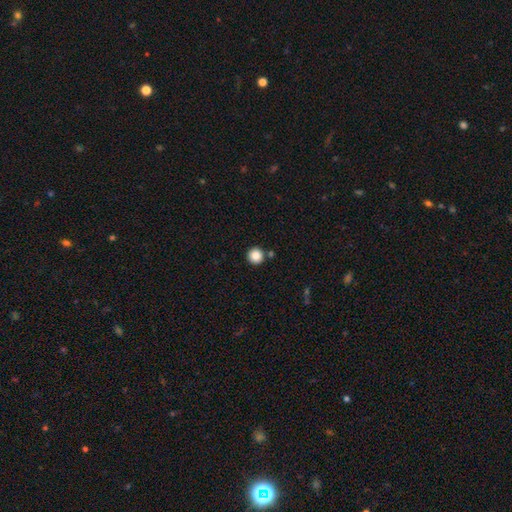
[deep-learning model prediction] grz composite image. It shows a smooth galaxy with no disk features (87%) that is round (96%). Merging: none (87%).